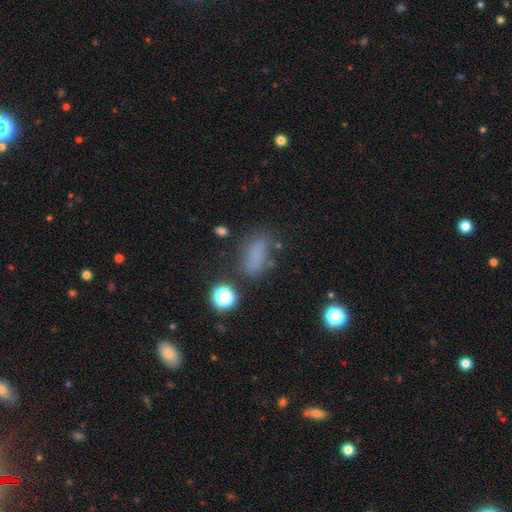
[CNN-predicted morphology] Smooth or featured: smooth — 67% (star or artifact — 20%)
How rounded: in between — 71% (cigar-shaped — 19%)
Merging: none — 57% (minor disturbance — 22%)